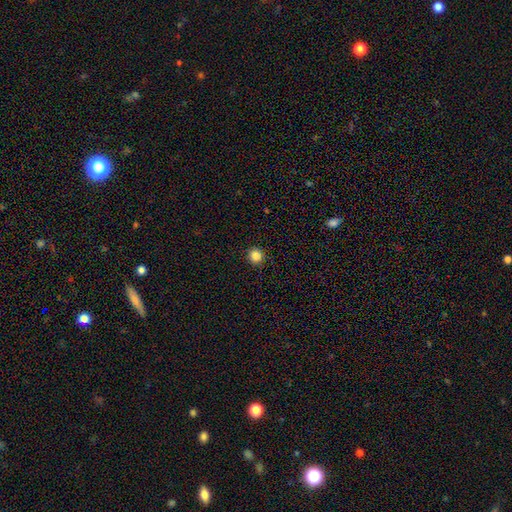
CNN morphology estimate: Q: Smooth or featured?
A: smooth (84%); runner-up: star or artifact (11%)
Q: How rounded?
A: round (94%); runner-up: in between (5%)
Q: Merging?
A: none (93%); runner-up: minor disturbance (5%)